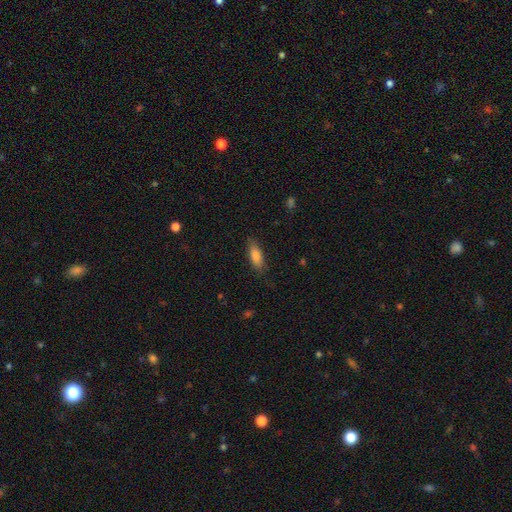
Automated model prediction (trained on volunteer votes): Q: Smooth or featured?
A: smooth (81%); runner-up: featured or disk (12%)
Q: How rounded?
A: in between (69%); runner-up: cigar-shaped (28%)
Q: Merging?
A: none (82%); runner-up: minor disturbance (14%)